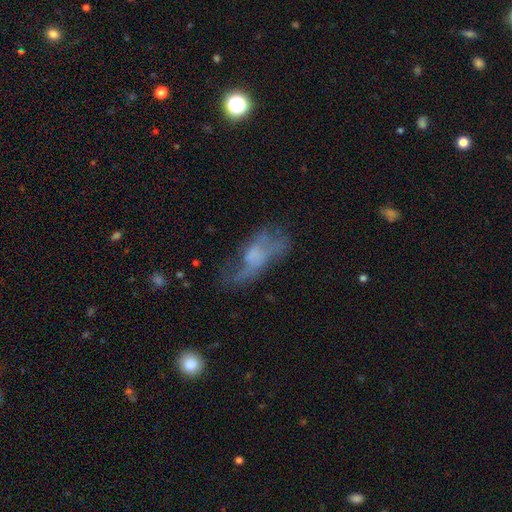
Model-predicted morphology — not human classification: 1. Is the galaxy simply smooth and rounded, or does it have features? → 53% featured or disk, 36% smooth, 11% star or artifact.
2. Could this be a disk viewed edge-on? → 87% no, 13% yes.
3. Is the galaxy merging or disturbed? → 36% major disturbance, 35% none, 23% minor disturbance, 5% merger.